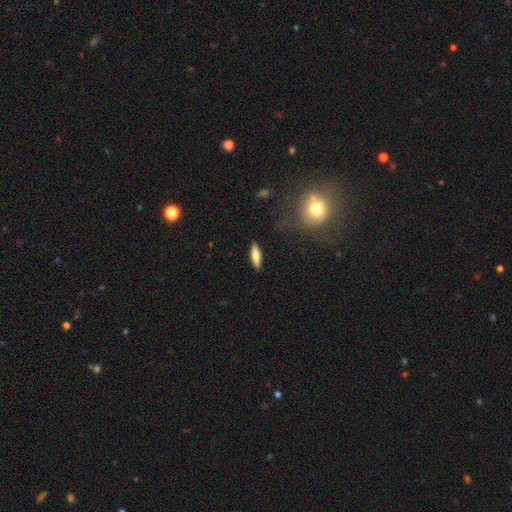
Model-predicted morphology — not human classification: Smooth or featured? Predicted: smooth (p=0.66). How rounded? Predicted: cigar-shaped (p=0.69). Merging? Predicted: none (p=0.88).